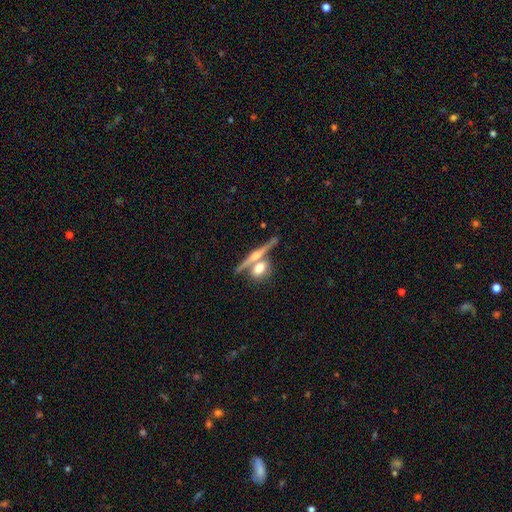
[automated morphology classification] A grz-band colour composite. It shows a featured or disk galaxy (60%) viewed edge-on (91%) with a rounded central bulge (76%). Merging: none (55%).